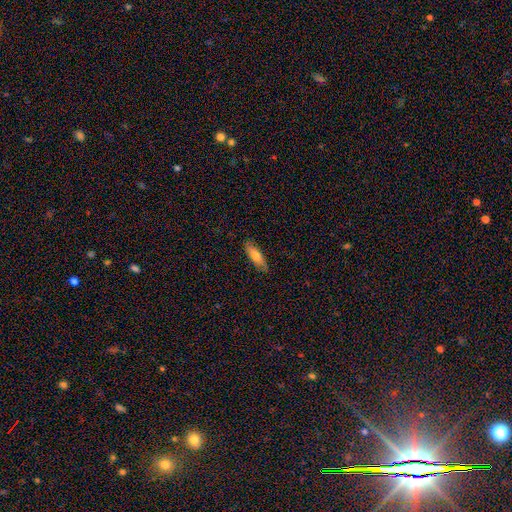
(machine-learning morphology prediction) Smooth or featured? Predicted: smooth (p=0.69). How rounded? Predicted: cigar-shaped (p=0.49, tied with in between). Merging? Predicted: none (p=0.86).